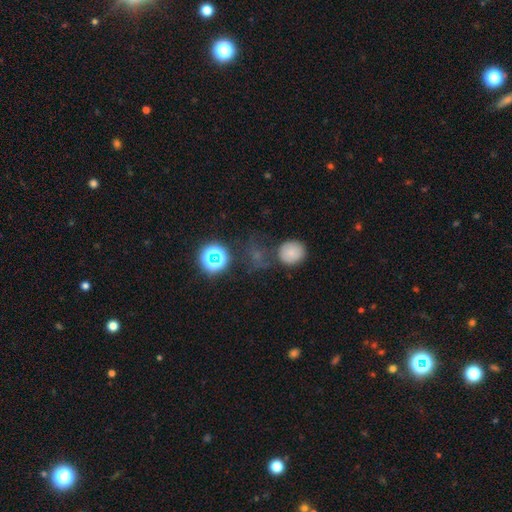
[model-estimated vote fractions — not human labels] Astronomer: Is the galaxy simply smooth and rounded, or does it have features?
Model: star or artifact — 48% (runner-up: smooth, 40%).